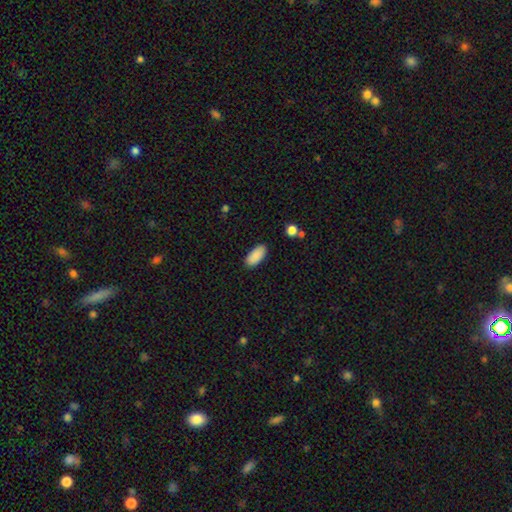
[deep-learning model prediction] smooth_or_featured: smooth (p=0.90) [alt: star or artifact p=0.07]
how_rounded: in between (p=0.91) [alt: cigar-shaped p=0.07]
merging: none (p=0.88) [alt: minor disturbance p=0.09]